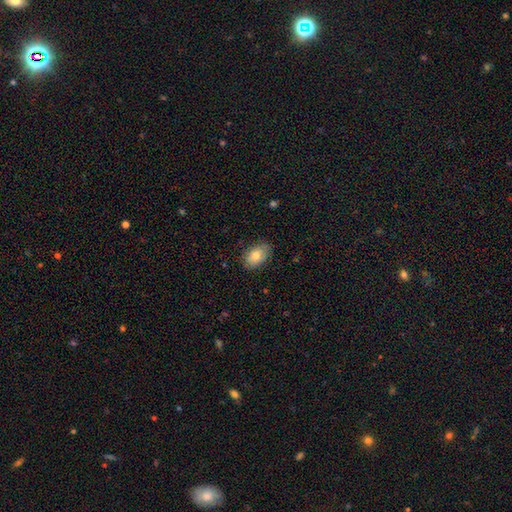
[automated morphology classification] smooth-or-featured: smooth: 79% | featured or disk: 14% | star or artifact: 7%
  how-rounded: in between: 90% | round: 9% | cigar-shaped: 1%
  merging: none: 81% | minor disturbance: 15% | major disturbance: 3% | merger: 1%